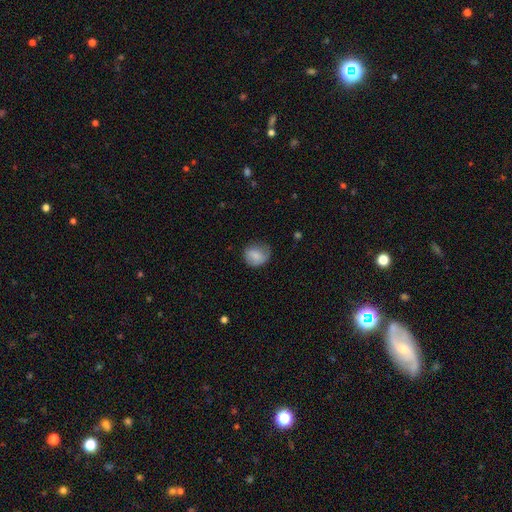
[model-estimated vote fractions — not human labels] smooth 79%, featured or disk 13%, star or artifact 8%. Down the decision tree: how rounded — round (66%); merging — none (58%).